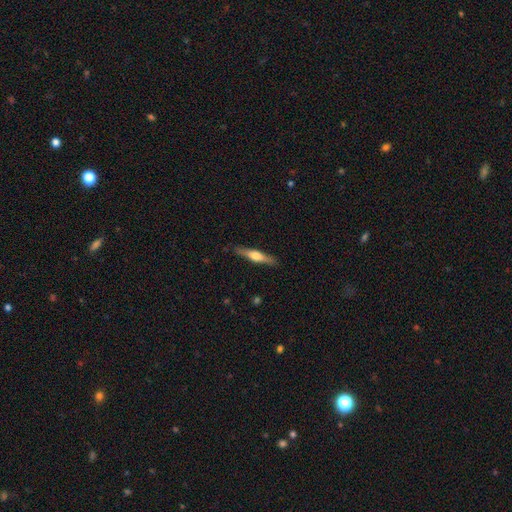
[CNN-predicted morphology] Smooth or featured? featured or disk (58%)
Edge-on disk? yes (96%)
Edge-on bulge? rounded (89%)
Merging? none (88%)